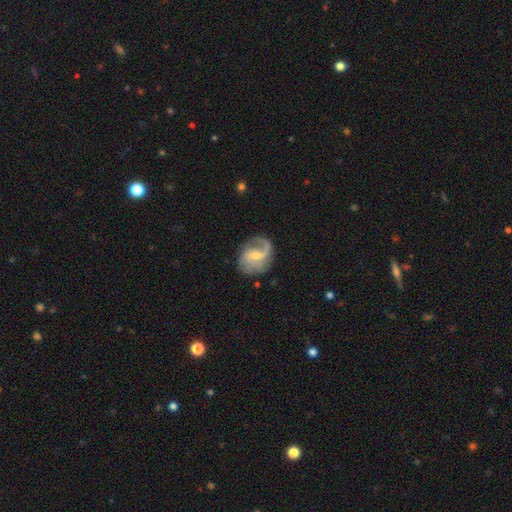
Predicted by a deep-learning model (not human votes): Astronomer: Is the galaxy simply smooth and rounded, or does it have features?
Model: featured or disk — 80%.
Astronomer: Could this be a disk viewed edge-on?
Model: no — 98%.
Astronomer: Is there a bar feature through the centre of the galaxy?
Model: weak — 52% (runner-up: no, 33%).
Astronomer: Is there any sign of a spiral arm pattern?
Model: yes — 93%.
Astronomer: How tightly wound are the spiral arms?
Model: loose — 44% (runner-up: medium, 42%).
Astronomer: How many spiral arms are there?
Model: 2 — 58%.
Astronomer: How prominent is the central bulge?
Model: small — 56% (runner-up: moderate, 37%).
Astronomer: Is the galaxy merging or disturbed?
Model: none — 64%.